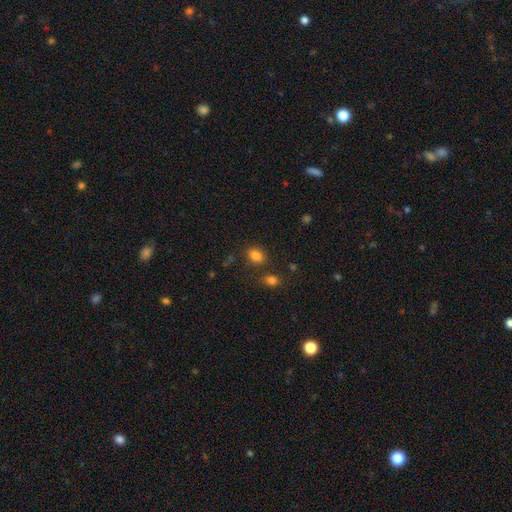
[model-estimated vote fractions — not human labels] Smooth or featured?
  - smooth: 82% *
  - star or artifact: 12%
  - featured or disk: 6%
How rounded?
  - in between: 68% *
  - round: 30%
  - cigar-shaped: 1%
Merging?
  - none: 74% *
  - minor disturbance: 13%
  - merger: 9%
  - major disturbance: 4%